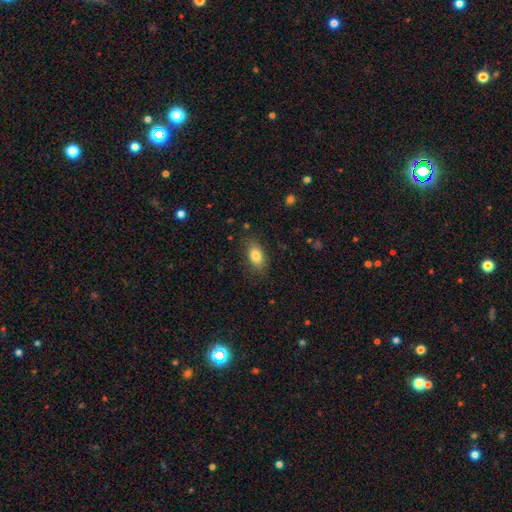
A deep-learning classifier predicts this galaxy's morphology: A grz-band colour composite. It shows a smooth galaxy with no disk features (83%) that is in between round and cigar-shaped (89%). Merging: none (81%).